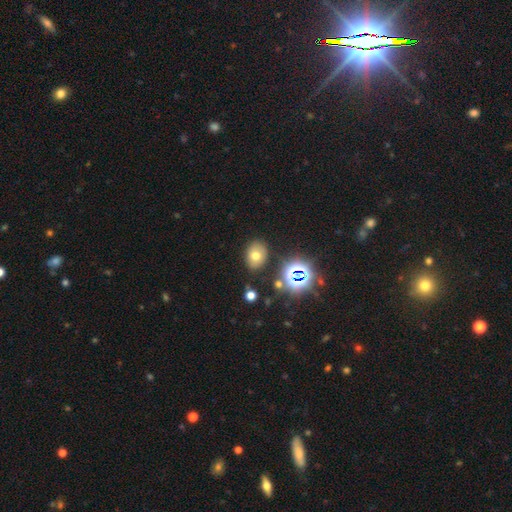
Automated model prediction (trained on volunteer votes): Q: Smooth or featured?
A: smooth (64%); runner-up: star or artifact (20%)
Q: How rounded?
A: in between (69%); runner-up: round (30%)
Q: Merging?
A: none (81%); runner-up: minor disturbance (12%)